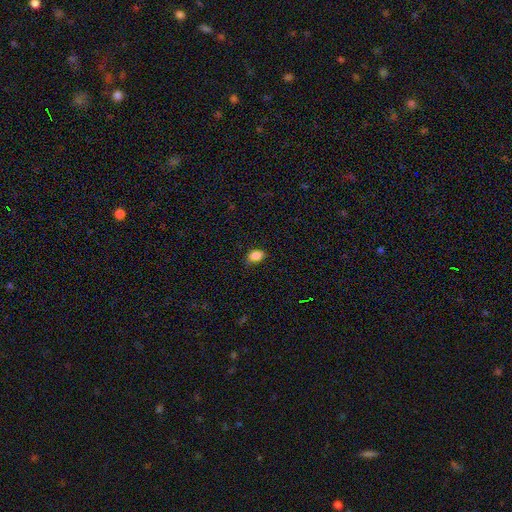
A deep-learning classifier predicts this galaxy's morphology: This appears to be a smooth galaxy with no disk features (87%) that is in between round and cigar-shaped (74%). Merging: none (77%).